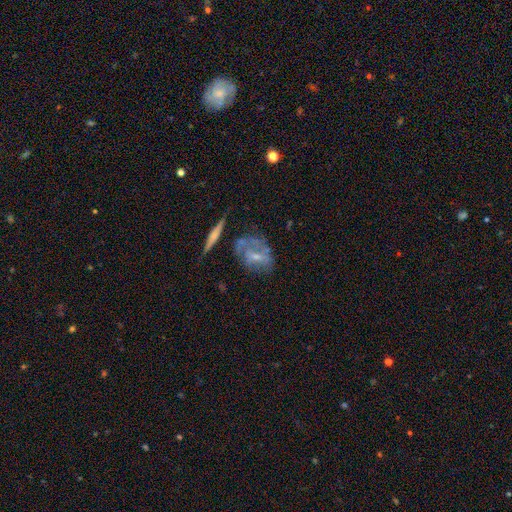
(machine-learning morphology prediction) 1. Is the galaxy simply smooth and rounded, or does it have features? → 57% featured or disk, 34% smooth, 9% star or artifact.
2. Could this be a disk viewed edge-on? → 90% no, 10% yes.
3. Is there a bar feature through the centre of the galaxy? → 51% no, 36% weak, 13% strong.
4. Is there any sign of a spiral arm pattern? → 61% no, 39% yes.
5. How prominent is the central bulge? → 56% small, 28% moderate, 13% none, 2% large, 1% dominant.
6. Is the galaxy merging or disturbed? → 41% none, 25% minor disturbance, 23% major disturbance, 11% merger.